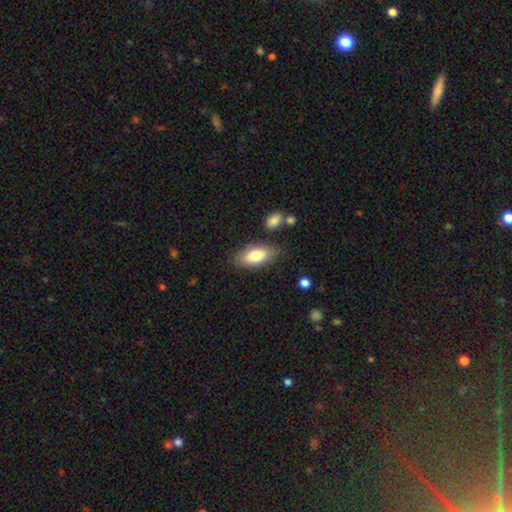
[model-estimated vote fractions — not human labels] smooth_or_featured: smooth (p=0.78) [alt: featured or disk p=0.16]
how_rounded: in between (p=0.87) [alt: cigar-shaped p=0.10]
merging: none (p=0.80) [alt: minor disturbance p=0.13]